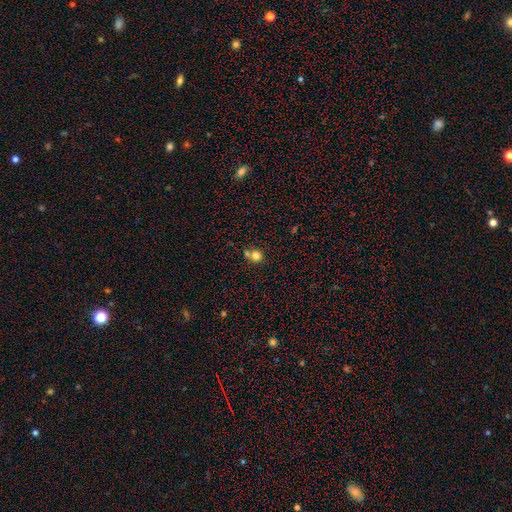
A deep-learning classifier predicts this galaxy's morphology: Overall: smooth (79%). How rounded: round (87%). Merging: none (54%; merger 34%).